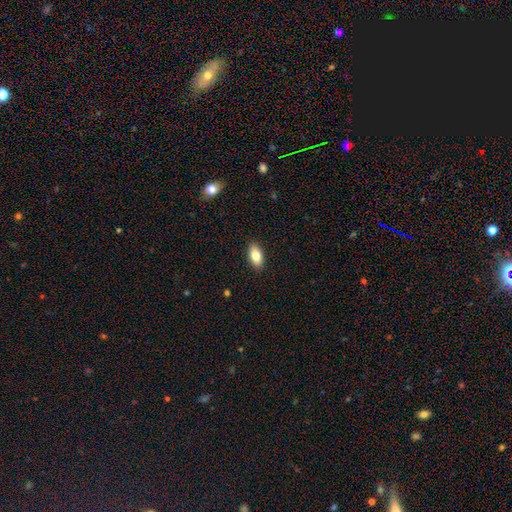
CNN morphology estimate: smooth_or_featured: smooth (p=0.82) [alt: featured or disk p=0.11]
how_rounded: in between (p=0.91) [alt: cigar-shaped p=0.05]
merging: none (p=0.90) [alt: minor disturbance p=0.07]